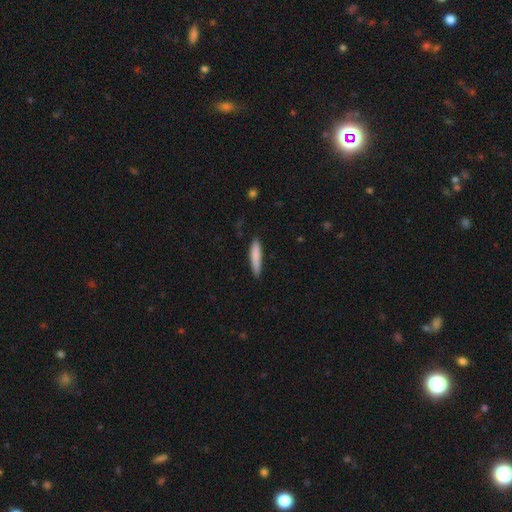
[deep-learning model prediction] Morphology: type=smooth (81%); roundness=cigar-shaped (89%); merging=none (84%).